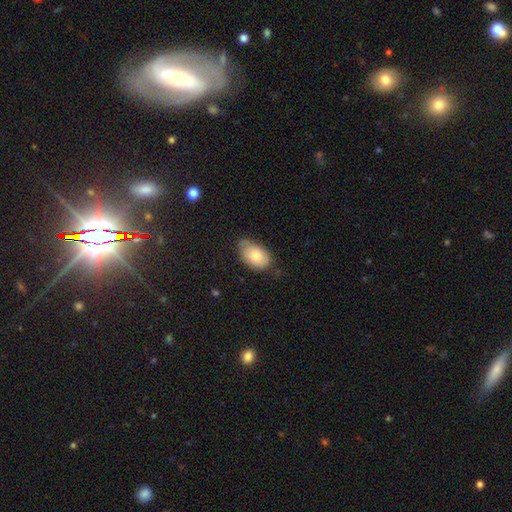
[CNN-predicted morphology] type=smooth (78%); roundness=in between (90%); merging=none (55%).